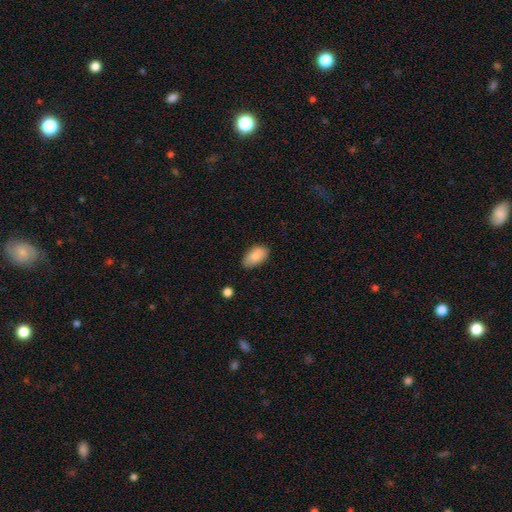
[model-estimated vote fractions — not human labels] A smooth galaxy with no disk features (85%) that is in between round and cigar-shaped (93%).

Vote fractions:
- Smooth or featured? smooth: 85% / featured or disk: 8% / star or artifact: 7%
- How rounded? in between: 93% / round: 4% / cigar-shaped: 3%
- Merging? none: 79% / minor disturbance: 16% / major disturbance: 3% / merger: 2%